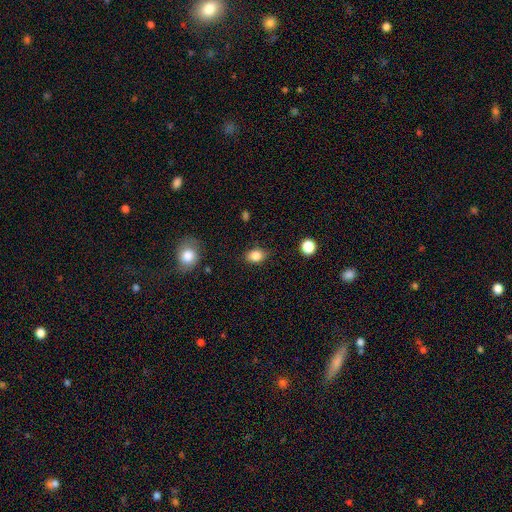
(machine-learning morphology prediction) smooth-or-featured: smooth: 85% | star or artifact: 10% | featured or disk: 6%
  how-rounded: in between: 64% | round: 35% | cigar-shaped: 1%
  merging: none: 81% | minor disturbance: 14% | major disturbance: 3% | merger: 1%